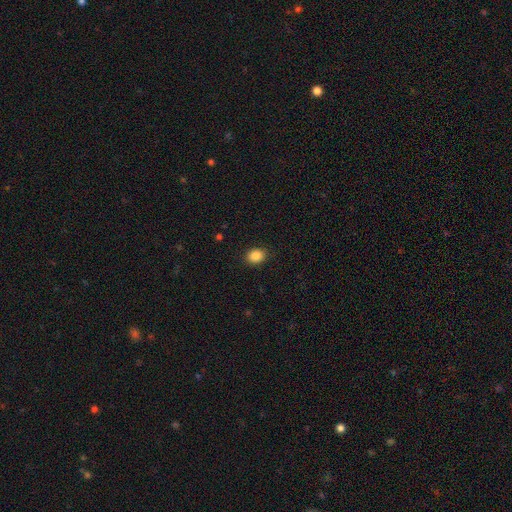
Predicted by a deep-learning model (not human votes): Smooth or featured? smooth (86%)
How rounded? round (52%)
Merging? none (89%)